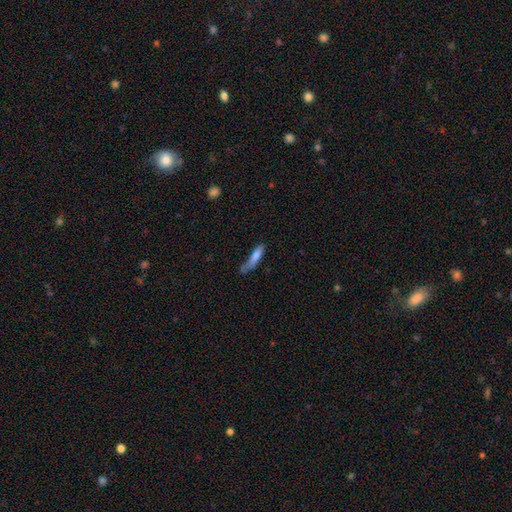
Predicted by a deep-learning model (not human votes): This is likely a smooth galaxy (75%). How rounded: likely cigar-shaped (79%). Merging: marginally none (41%).